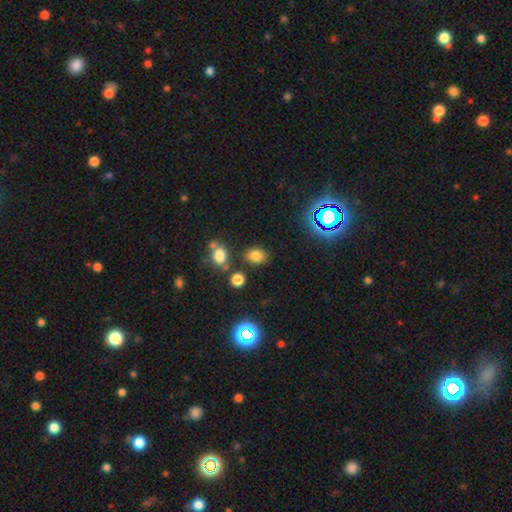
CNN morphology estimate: smooth-or-featured: smooth: 75% | star or artifact: 18% | featured or disk: 7%
  how-rounded: in between: 65% | round: 33% | cigar-shaped: 1%
  merging: none: 76% | minor disturbance: 12% | merger: 8% | major disturbance: 4%